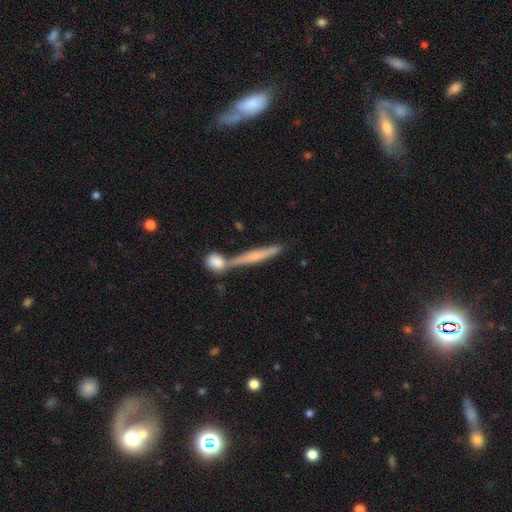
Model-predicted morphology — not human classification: Smooth or featured? Predicted: smooth (p=0.49). Merging? Predicted: none (p=0.58).